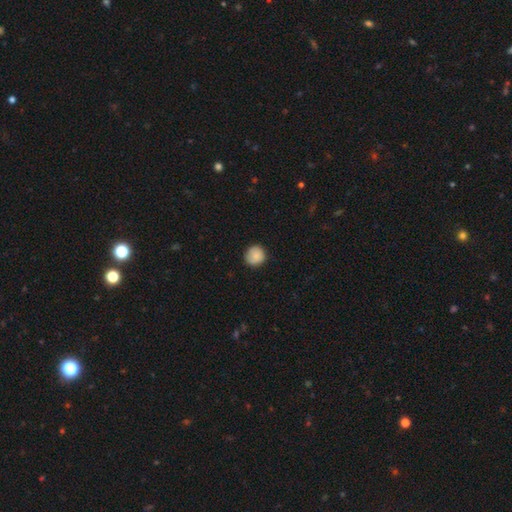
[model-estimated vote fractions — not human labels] The model was most divided on "merging": none: 84%, minor disturbance: 12%, major disturbance: 2%, merger: 1%. More confident: how rounded — round (90%); smooth or featured — smooth (85%).